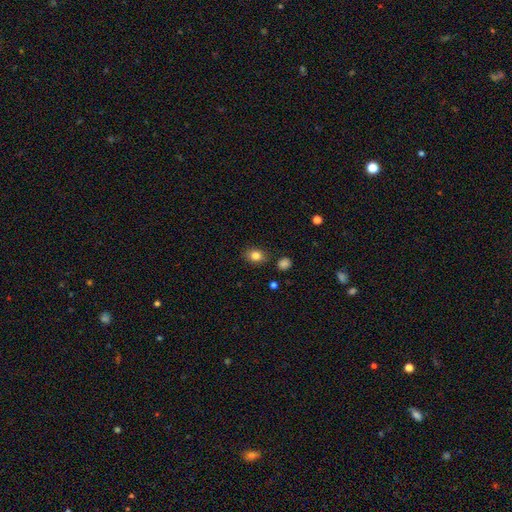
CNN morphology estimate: smooth 83%, star or artifact 10%, featured or disk 7%. Down the decision tree: how rounded — in between (55%); merging — none (82%).